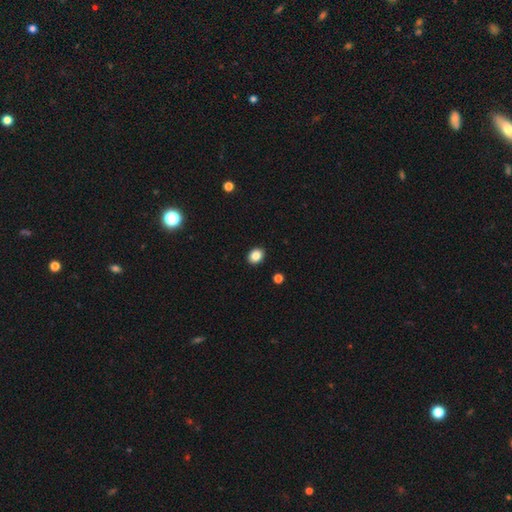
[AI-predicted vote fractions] Smooth or featured? smooth (86%)
How rounded? round (52%)
Merging? none (92%)